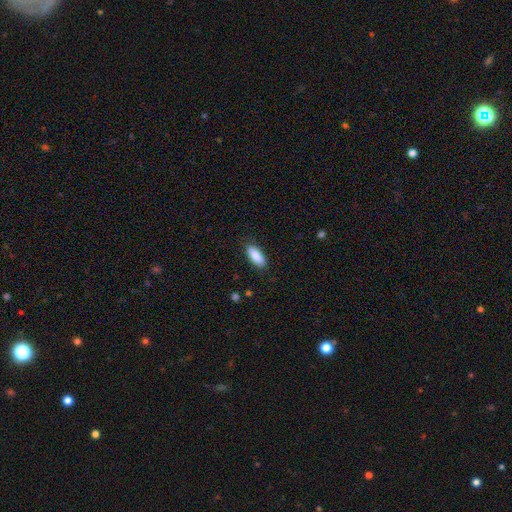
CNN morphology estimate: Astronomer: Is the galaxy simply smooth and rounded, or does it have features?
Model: smooth — 88%.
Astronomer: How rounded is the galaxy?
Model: in between — 79%.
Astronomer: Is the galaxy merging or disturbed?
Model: none — 87%.